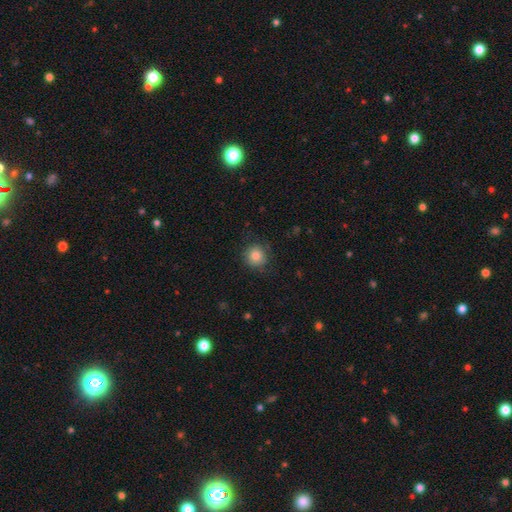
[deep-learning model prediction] Smooth or featured? smooth (83%)
How rounded? round (92%)
Merging? none (82%)